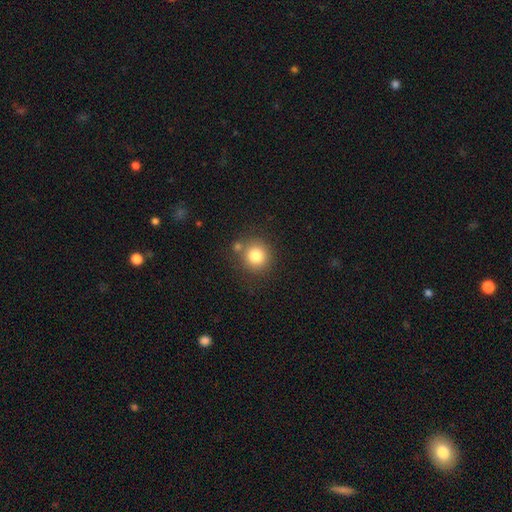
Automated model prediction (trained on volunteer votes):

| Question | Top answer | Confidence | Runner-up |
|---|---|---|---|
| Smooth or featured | smooth | 81% | star or artifact (11%) |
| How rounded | round | 92% | in between (7%) |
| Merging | none | 76% | merger (11%) |